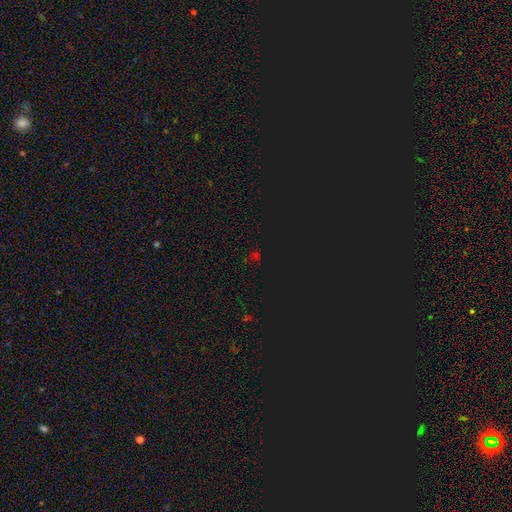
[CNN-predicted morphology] Smooth or featured? star or artifact (71%)